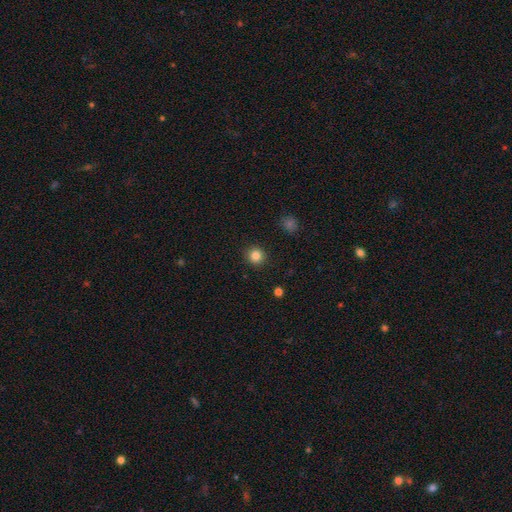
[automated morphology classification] Overall: smooth (84%). How rounded: round (93%). Merging: none (92%).